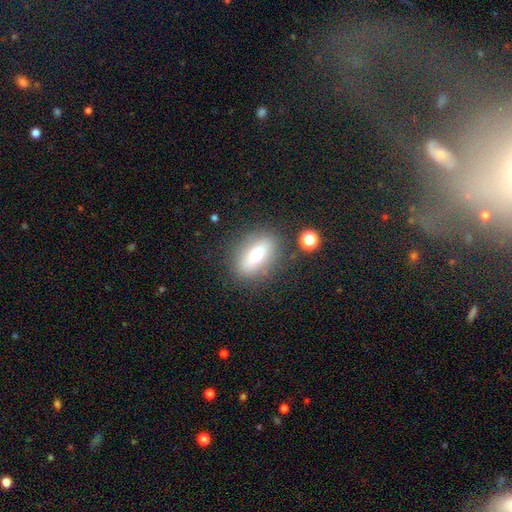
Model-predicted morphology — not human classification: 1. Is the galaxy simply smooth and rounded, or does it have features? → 60% smooth, 30% featured or disk, 10% star or artifact.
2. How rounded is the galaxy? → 74% in between, 14% cigar-shaped, 13% round.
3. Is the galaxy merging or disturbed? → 81% none, 11% minor disturbance, 4% major disturbance, 4% merger.